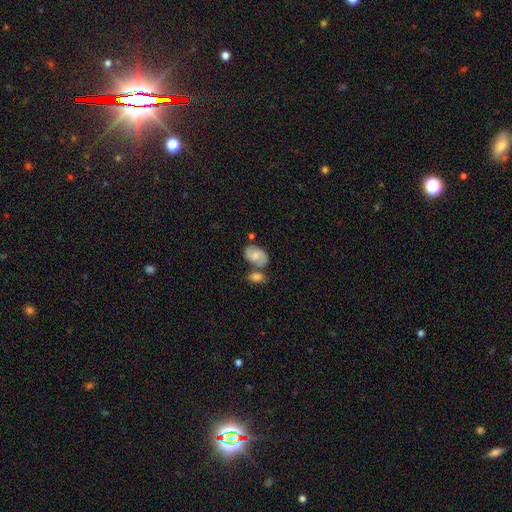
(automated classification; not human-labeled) Q: Smooth or featured?
A: smooth (52%); runner-up: featured or disk (40%)
Q: How rounded?
A: in between (87%); runner-up: round (11%)
Q: Merging?
A: none (42%); runner-up: merger (36%)